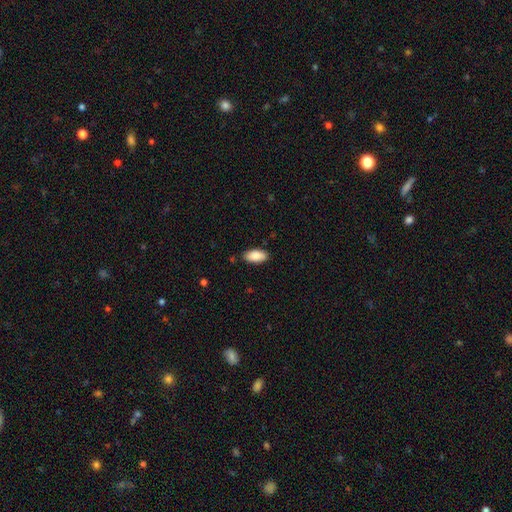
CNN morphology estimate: smooth-or-featured: smooth: 89% | star or artifact: 6% | featured or disk: 5%
  how-rounded: in between: 92% | cigar-shaped: 6% | round: 2%
  merging: none: 86% | minor disturbance: 11% | major disturbance: 2% | merger: 1%